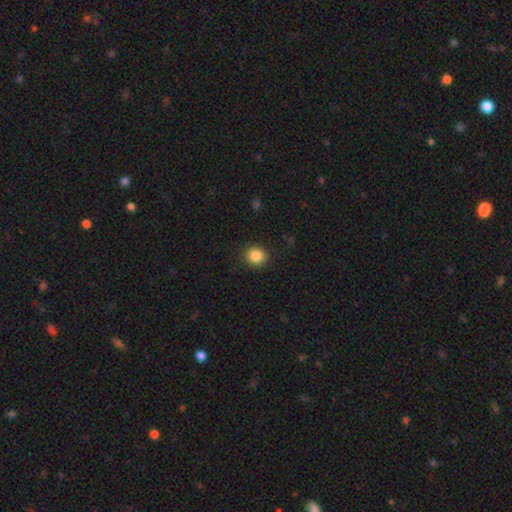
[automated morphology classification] smooth-or-featured: smooth: 86% | star or artifact: 10% | featured or disk: 4%
  how-rounded: round: 87% | in between: 12% | cigar-shaped: 1%
  merging: none: 90% | minor disturbance: 7% | major disturbance: 2% | merger: 1%